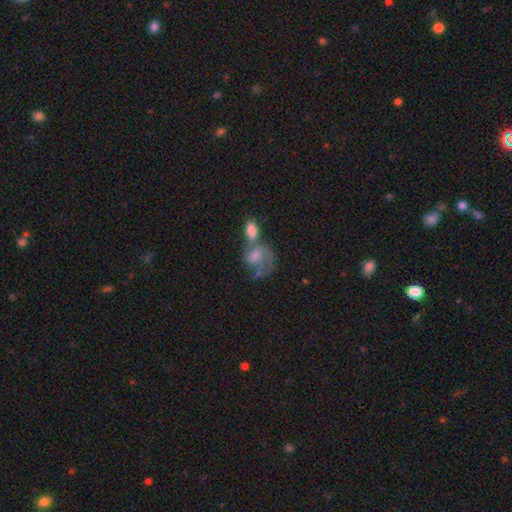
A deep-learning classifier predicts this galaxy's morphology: smooth_or_featured: featured or disk (p=0.50) [alt: smooth p=0.42]
merging: merger (p=0.46) [alt: none p=0.21]